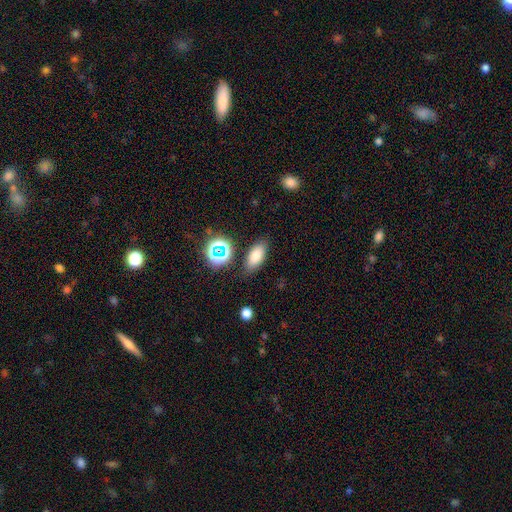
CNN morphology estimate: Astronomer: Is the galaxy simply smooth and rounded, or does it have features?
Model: smooth — 76%.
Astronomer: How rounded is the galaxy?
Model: in between — 85%.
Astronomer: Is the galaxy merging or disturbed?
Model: none — 82%.